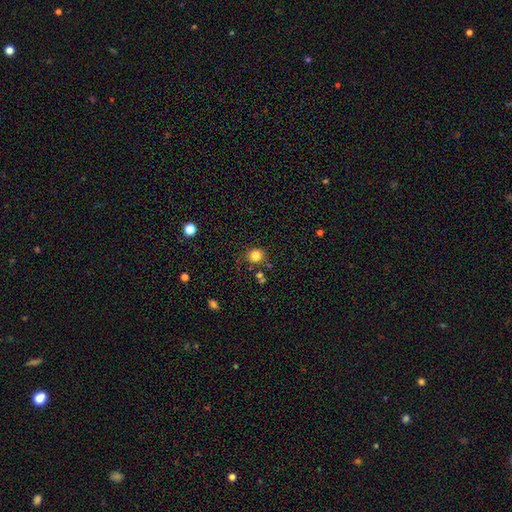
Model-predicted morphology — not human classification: This appears to be a smooth galaxy with no disk features (81%) that is round (87%). Merging: none (79%).